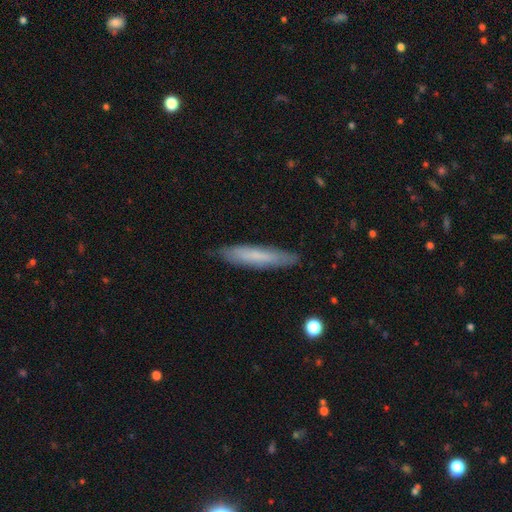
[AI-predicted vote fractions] smooth_or_featured: smooth (p=0.64) [alt: featured or disk p=0.29]
how_rounded: cigar-shaped (p=0.88) [alt: in between p=0.11]
merging: none (p=0.86) [alt: minor disturbance p=0.11]